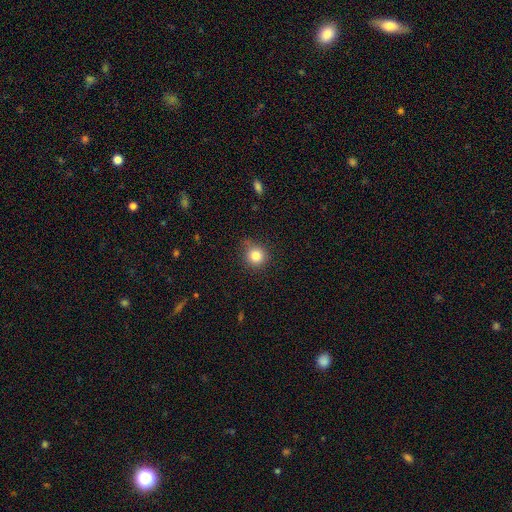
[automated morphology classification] This is clearly a smooth galaxy (83%). How rounded: clearly round (89%). Merging: likely none (75%).